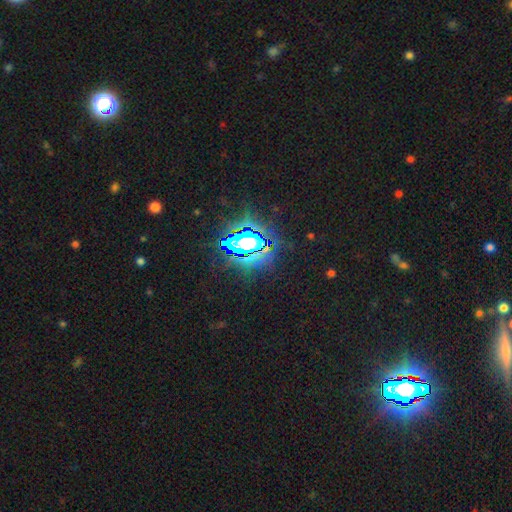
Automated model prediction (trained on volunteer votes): The model was most divided on "smooth or featured": star or artifact: 79%, smooth: 12%, featured or disk: 9%.